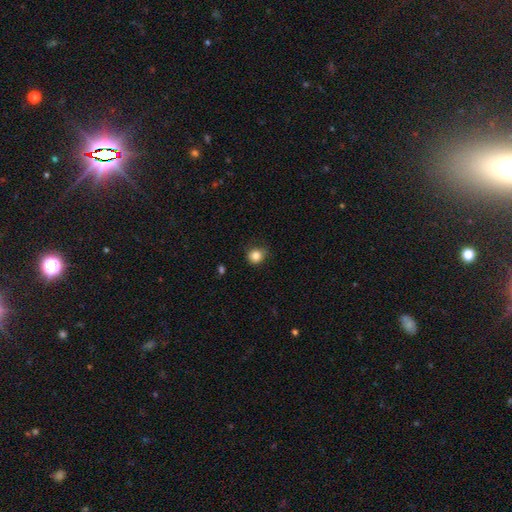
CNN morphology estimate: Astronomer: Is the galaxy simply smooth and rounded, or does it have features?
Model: smooth — 84%.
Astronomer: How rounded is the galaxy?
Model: round — 86%.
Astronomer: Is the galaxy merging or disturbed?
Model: none — 74%.